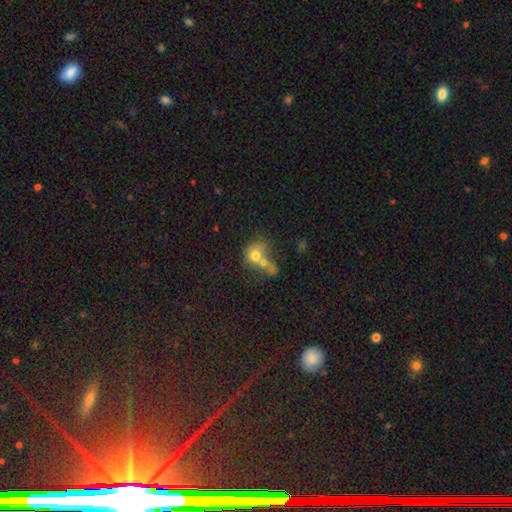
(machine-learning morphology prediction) The model was most divided on "how rounded": round: 59%, in between: 39%, cigar-shaped: 1%. More confident: smooth or featured — smooth (69%); merging — merger (65%).